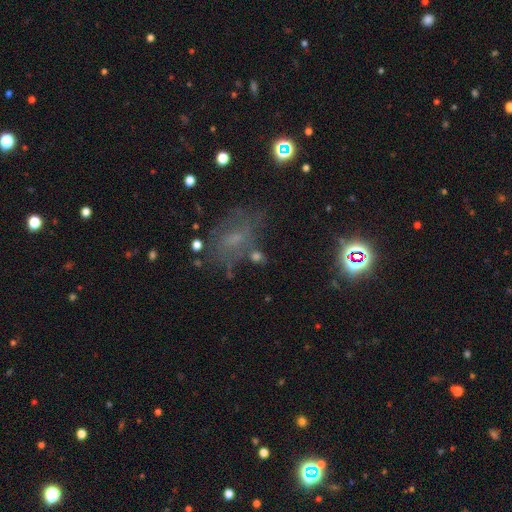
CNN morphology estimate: Q: Smooth or featured?
A: smooth (39%); runner-up: featured or disk (36%)
Q: Merging?
A: none (53%); runner-up: minor disturbance (21%)